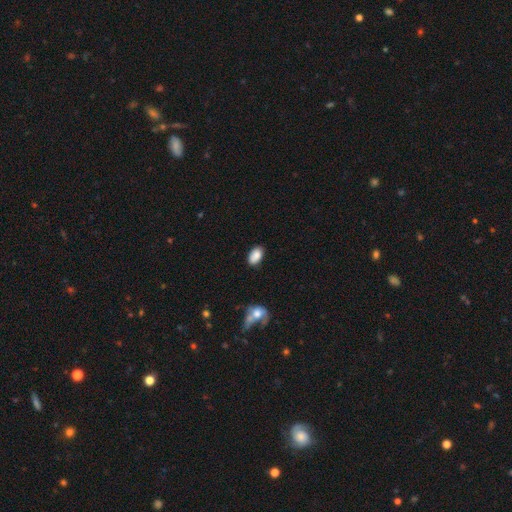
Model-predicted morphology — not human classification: The model was most divided on "merging": none: 76%, minor disturbance: 17%, major disturbance: 4%, merger: 3%. More confident: how rounded — in between (92%); smooth or featured — smooth (85%).